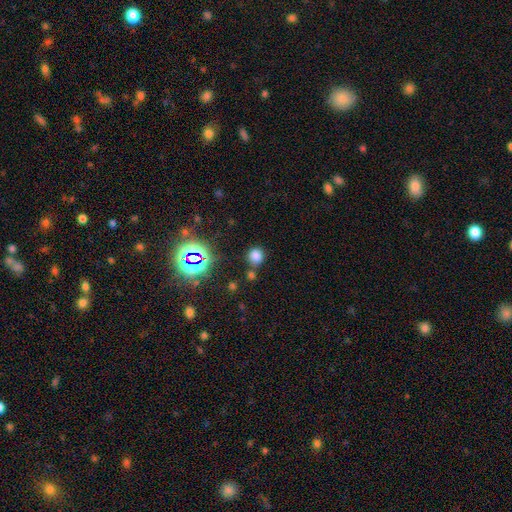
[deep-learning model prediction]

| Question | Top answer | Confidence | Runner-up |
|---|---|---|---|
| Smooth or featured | smooth | 71% | star or artifact (23%) |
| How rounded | round | 84% | in between (15%) |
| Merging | none | 74% | minor disturbance (12%) |